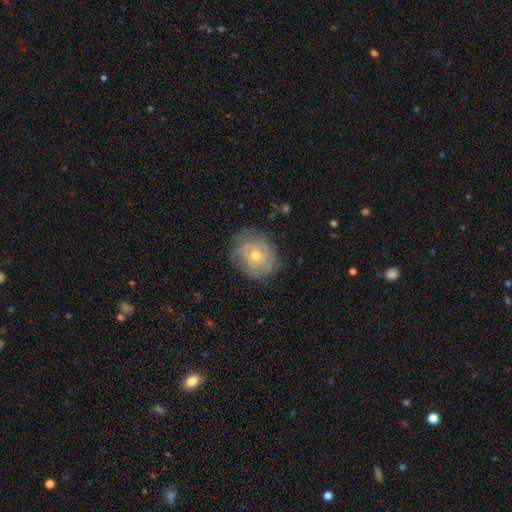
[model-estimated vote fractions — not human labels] smooth_or_featured: featured or disk (p=0.63) [alt: smooth p=0.28]
disk_edge_on: no (p=0.97) [alt: yes p=0.03]
bar: no (p=0.83) [alt: weak p=0.15]
has_spiral_arms: yes (p=0.79) [alt: no p=0.21]
bulge_size: small (p=0.51) [alt: moderate p=0.46]
merging: none (p=0.75) [alt: minor disturbance p=0.17]